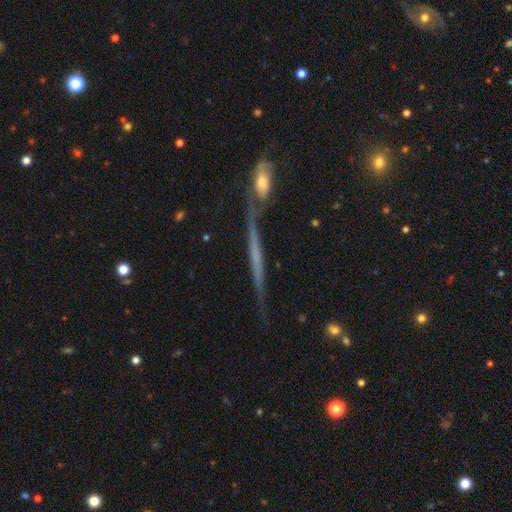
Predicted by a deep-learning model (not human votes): A featured or disk galaxy (67%) viewed edge-on (91%) with no central bulge (70%).

Vote fractions:
- Smooth or featured? featured or disk: 67% / smooth: 24% / star or artifact: 10%
- Edge-on disk? yes: 91% / no: 9%
- Edge-on bulge? none: 70% / rounded: 17% / boxy: 13%
- Merging? none: 61% / merger: 19% / minor disturbance: 14% / major disturbance: 6%